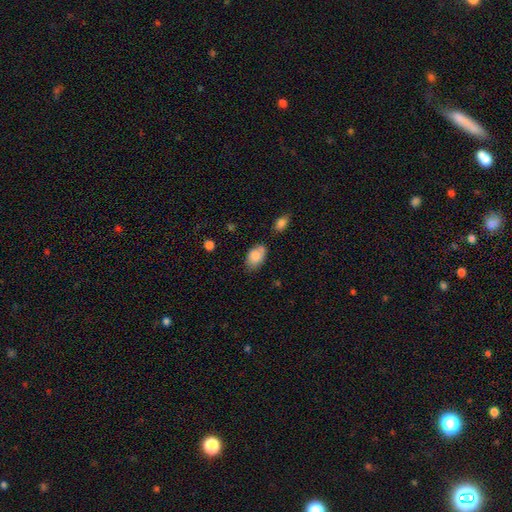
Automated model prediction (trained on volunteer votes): This is clearly a smooth galaxy (83%). How rounded: clearly in between (90%). Merging: likely none (64%).